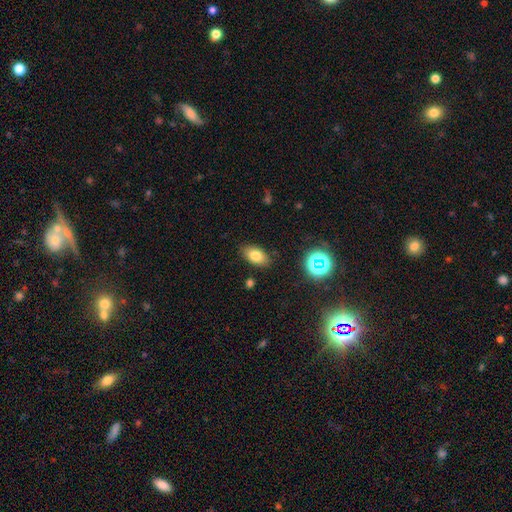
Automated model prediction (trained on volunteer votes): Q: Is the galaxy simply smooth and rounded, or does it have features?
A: smooth — 78%.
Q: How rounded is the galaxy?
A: in between — 90%.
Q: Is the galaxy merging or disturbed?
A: none — 85%.